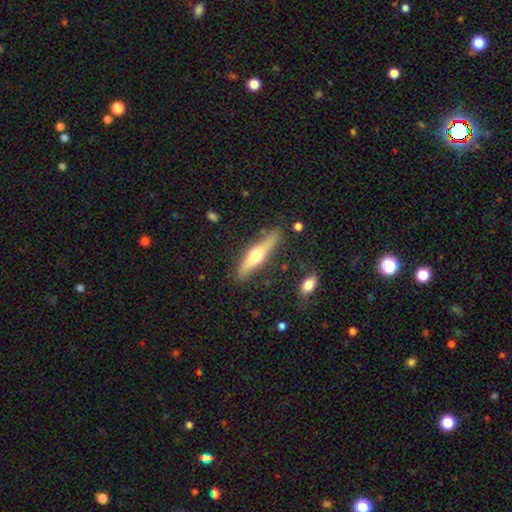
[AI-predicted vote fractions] Morphology: type=featured or disk (56%); edge-on=yes (93%); edge-on bulge=rounded (93%); merging=none (83%).